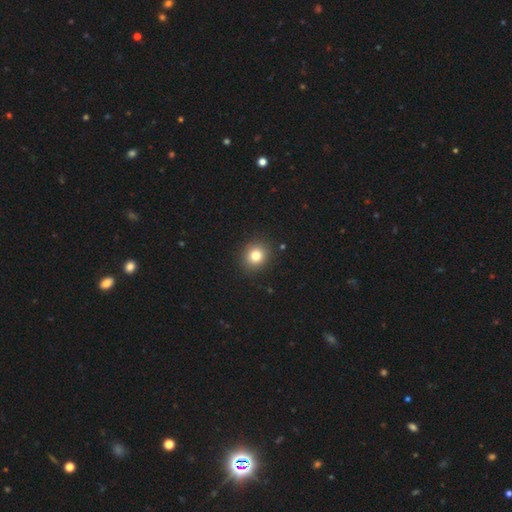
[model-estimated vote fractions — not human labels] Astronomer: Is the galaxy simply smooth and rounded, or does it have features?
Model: smooth — 81%.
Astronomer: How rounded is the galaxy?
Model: round — 78%.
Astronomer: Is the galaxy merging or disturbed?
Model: none — 90%.